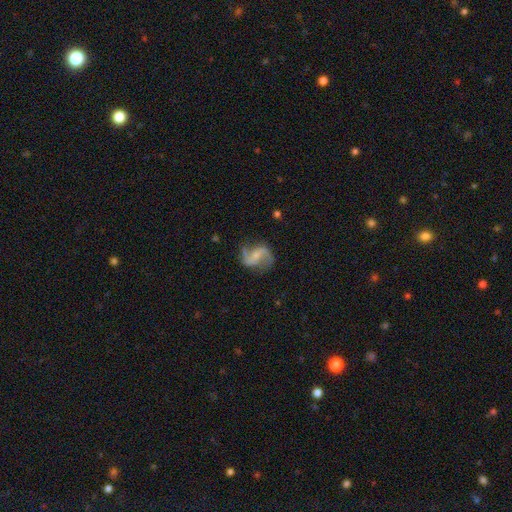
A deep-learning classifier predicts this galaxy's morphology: A featured or disk galaxy (82%) with a weak bar (43%), 2 (91%) loose (64%) spiral arms (95%) and a small central bulge (60%).

Vote fractions:
- Smooth or featured? featured or disk: 82% / smooth: 12% / star or artifact: 6%
- Edge-on disk? no: 97% / yes: 3%
- Bar? weak: 43% / no: 32% / strong: 24%
- Spiral arms? yes: 95% / no: 5%
- Spiral winding? loose: 64% / medium: 29% / tight: 7%
- Spiral arm count? 2: 91% / can't tell: 3% / 1: 2% / 3: 1% / 4: 1% / more than 4: 1%
- Bulge size? small: 60% / moderate: 25% / none: 12% / large: 2% / dominant: 1%
- Merging? none: 70% / minor disturbance: 18% / major disturbance: 9% / merger: 2%